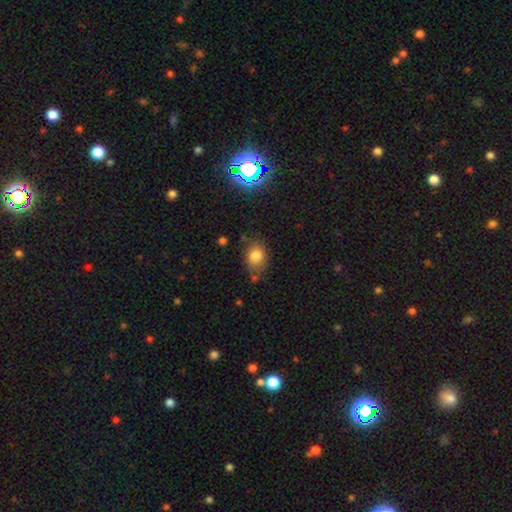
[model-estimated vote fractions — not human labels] The model was most divided on "how rounded": in between: 51%, round: 48%, cigar-shaped: 1%. More confident: smooth or featured — smooth (80%); merging — none (70%).